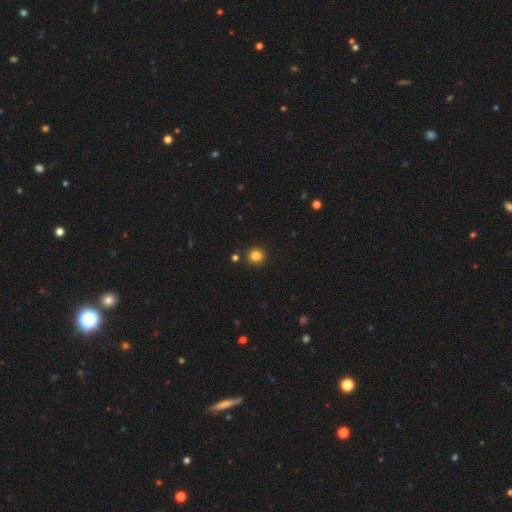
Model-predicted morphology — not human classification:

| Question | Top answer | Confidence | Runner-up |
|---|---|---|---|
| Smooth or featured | smooth | 83% | star or artifact (12%) |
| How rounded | round | 91% | in between (8%) |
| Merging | none | 90% | minor disturbance (6%) |